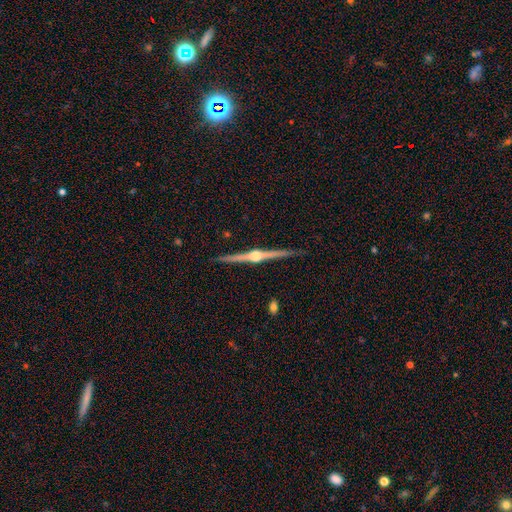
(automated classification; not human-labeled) Morphology: type=featured or disk (89%); edge-on=yes (99%); edge-on bulge=rounded (95%); merging=none (92%).